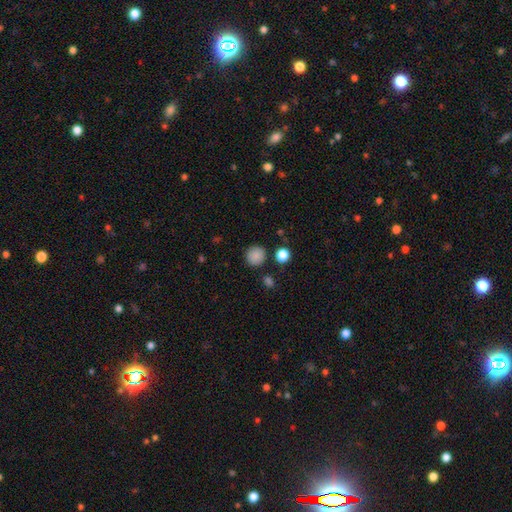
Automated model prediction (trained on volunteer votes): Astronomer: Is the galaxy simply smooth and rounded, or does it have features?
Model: smooth — 86%.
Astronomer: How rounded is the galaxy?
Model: round — 91%.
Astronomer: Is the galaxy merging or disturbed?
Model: none — 86%.